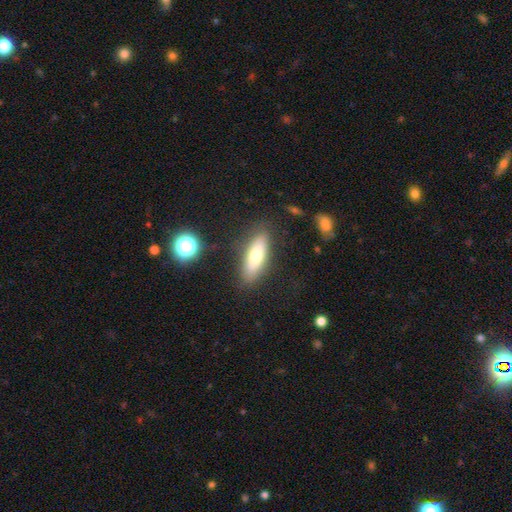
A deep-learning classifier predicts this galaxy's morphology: The model was most divided on "how rounded": in between: 54%, cigar-shaped: 43%, round: 3%. More confident: merging — none (83%); smooth or featured — smooth (67%).